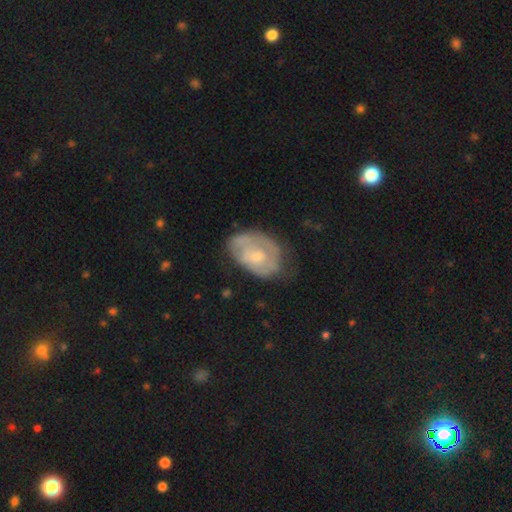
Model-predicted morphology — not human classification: This appears to be a featured or disk galaxy (60%) with no bar (73%), spiral arms (61%) and a small central bulge (51%). Merging: none (51%).